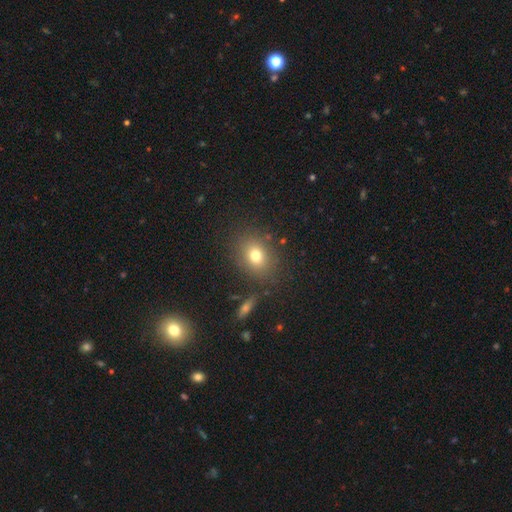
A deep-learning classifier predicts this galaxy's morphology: Smooth or featured?
  - smooth: 76% *
  - star or artifact: 13%
  - featured or disk: 11%
How rounded?
  - in between: 50% *
  - round: 48%
  - cigar-shaped: 1%
Merging?
  - none: 82% *
  - minor disturbance: 10%
  - major disturbance: 4%
  - merger: 3%